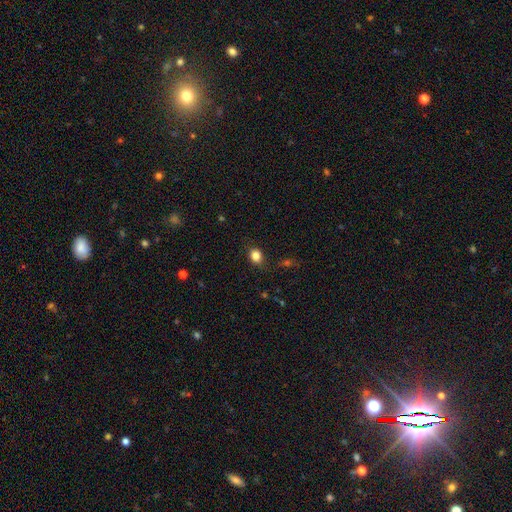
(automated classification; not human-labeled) Overall: smooth (84%). How rounded: round (50%; in between 49%). Merging: none (81%).